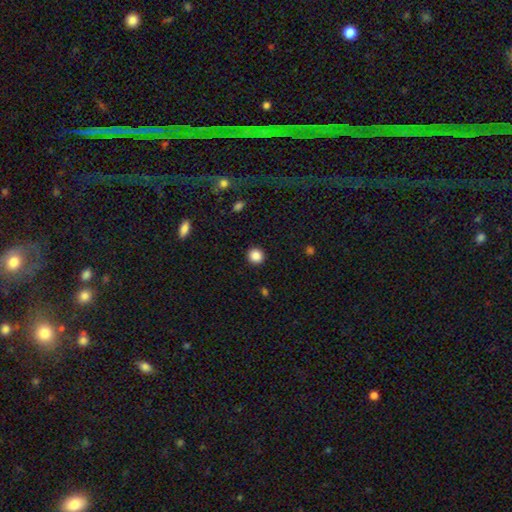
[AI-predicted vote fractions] This appears to be a smooth galaxy with no disk features (87%) that is round (92%). Merging: none (92%).